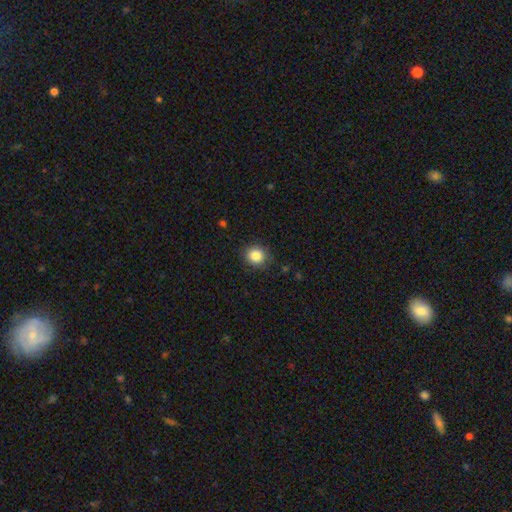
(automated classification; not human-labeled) Morphology: type=smooth (84%); roundness=round (84%); merging=none (87%).